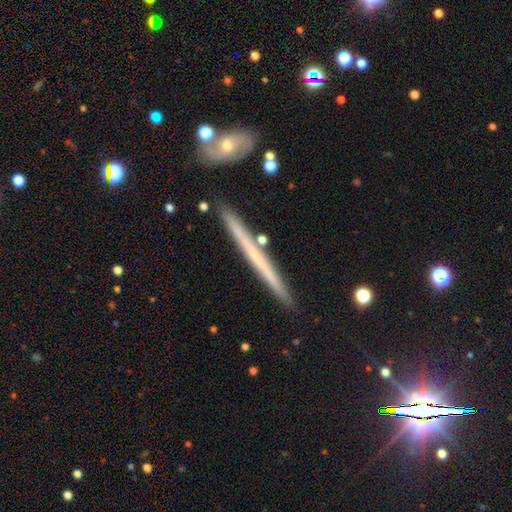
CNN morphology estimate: This appears to be a featured or disk galaxy (53%) viewed edge-on (97%) with no central bulge (90%). Merging: none (88%).